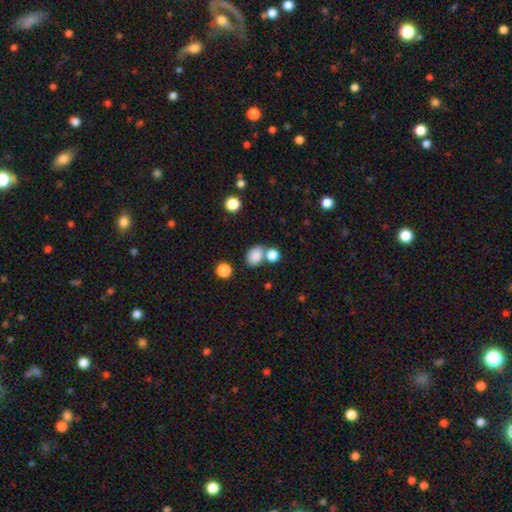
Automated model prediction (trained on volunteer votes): smooth 85%, star or artifact 10%, featured or disk 5%. Down the decision tree: how rounded — in between (67%); merging — none (62%).